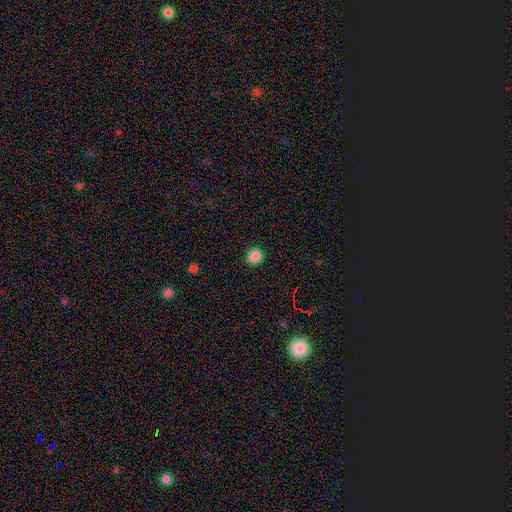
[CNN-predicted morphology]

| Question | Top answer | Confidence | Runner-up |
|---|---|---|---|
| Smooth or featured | smooth | 84% | star or artifact (11%) |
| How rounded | round | 68% | in between (31%) |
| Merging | none | 75% | minor disturbance (18%) |